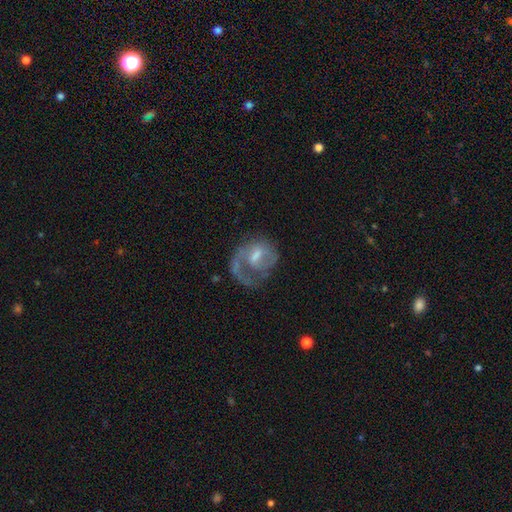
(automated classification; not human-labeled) Smooth or featured?
  - featured or disk: 68% *
  - smooth: 25%
  - star or artifact: 7%
Edge-on disk?
  - no: 97% *
  - yes: 3%
Bar?
  - weak: 52% *
  - no: 35%
  - strong: 13%
Spiral arms?
  - yes: 73% *
  - no: 27%
Bulge size?
  - moderate: 43% *
  - small: 33%
  - none: 16%
  - large: 6%
  - dominant: 1%
Merging?
  - none: 40% *
  - major disturbance: 37%
  - minor disturbance: 19%
  - merger: 4%